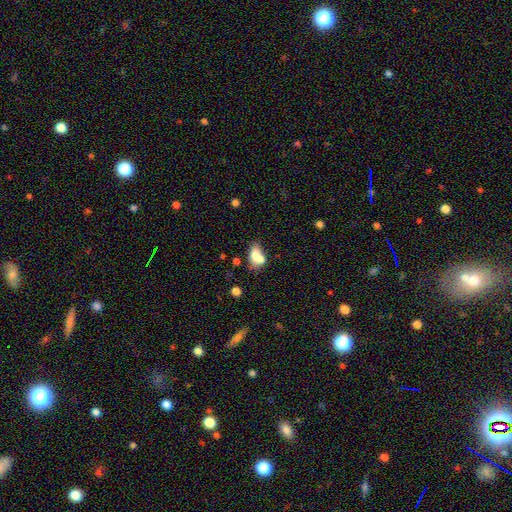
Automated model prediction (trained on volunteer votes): Smooth or featured? Predicted: smooth (p=0.70). How rounded? Predicted: in between (p=0.77). Merging? Predicted: merger (p=0.54).